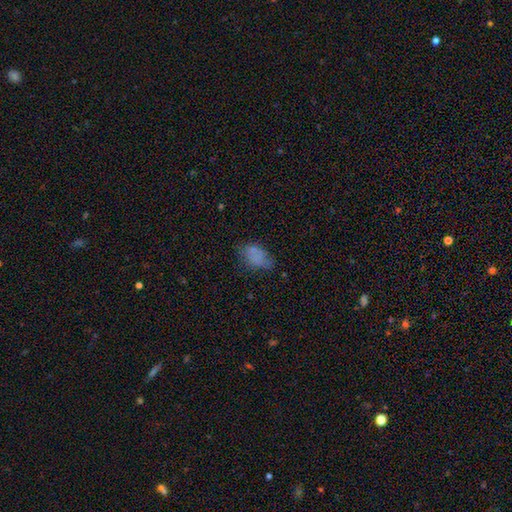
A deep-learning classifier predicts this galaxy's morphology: Overall: smooth (71%). How rounded: in between (86%). Merging: none (53%; minor disturbance 28%).